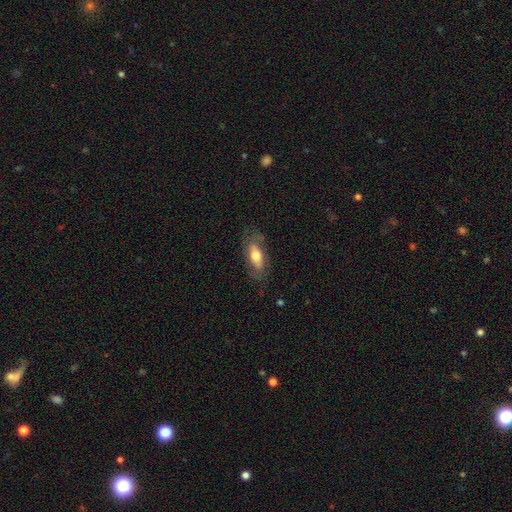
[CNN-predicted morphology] Smooth or featured: smooth — 56% (featured or disk — 38%)
How rounded: in between — 73% (cigar-shaped — 23%)
Merging: none — 72% (minor disturbance — 19%)